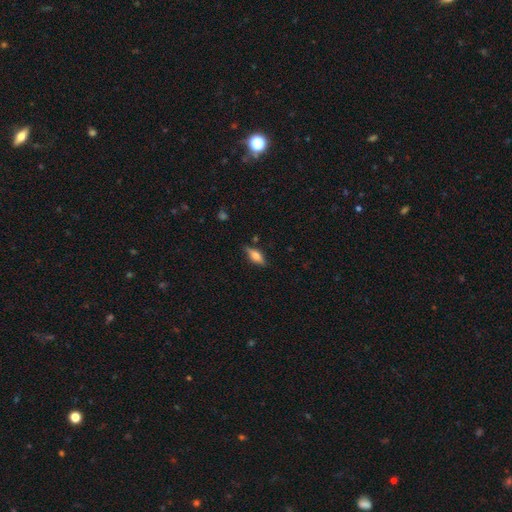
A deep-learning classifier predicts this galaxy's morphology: smooth 54%, featured or disk 39%, star or artifact 7%. Down the decision tree: how rounded — in between (63%); merging — none (80%).